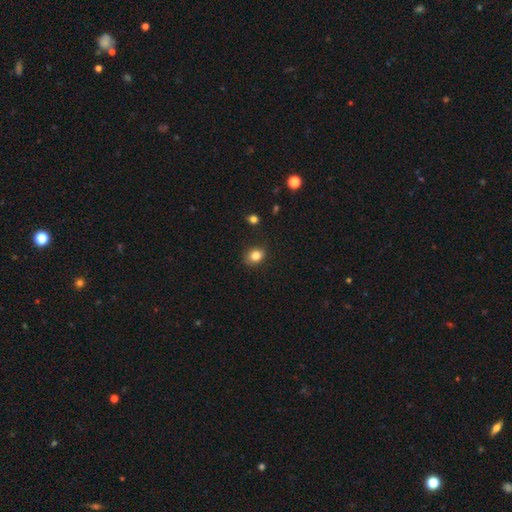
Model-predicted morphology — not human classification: smooth 84%, star or artifact 10%, featured or disk 6%. Down the decision tree: how rounded — in between (52%); merging — none (82%).